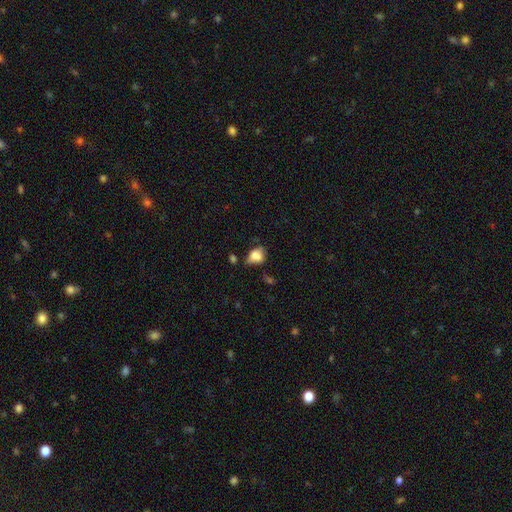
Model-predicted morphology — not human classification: type=smooth (73%); roundness=in between (68%); merging=none (38%).